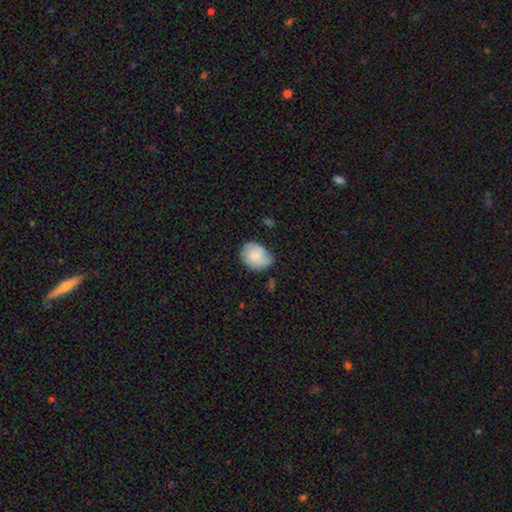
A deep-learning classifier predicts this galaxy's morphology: The model was most divided on "how rounded": in between: 57%, round: 42%, cigar-shaped: 1%. More confident: smooth or featured — smooth (68%); merging — none (61%).